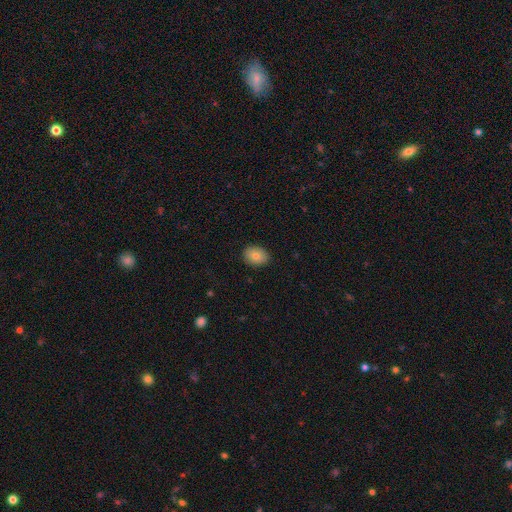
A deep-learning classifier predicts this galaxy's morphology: Smooth or featured: smooth — 78% (featured or disk — 13%)
How rounded: in between — 68% (round — 31%)
Merging: none — 89% (minor disturbance — 8%)